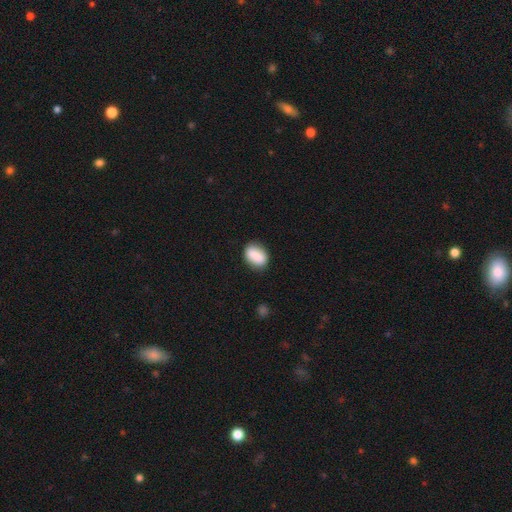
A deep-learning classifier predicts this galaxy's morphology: A smooth galaxy with no disk features (87%) that is in between round and cigar-shaped (81%).

Vote fractions:
- Smooth or featured? smooth: 87% / star or artifact: 7% / featured or disk: 6%
- How rounded? in between: 81% / round: 17% / cigar-shaped: 2%
- Merging? none: 83% / minor disturbance: 13% / major disturbance: 3% / merger: 1%